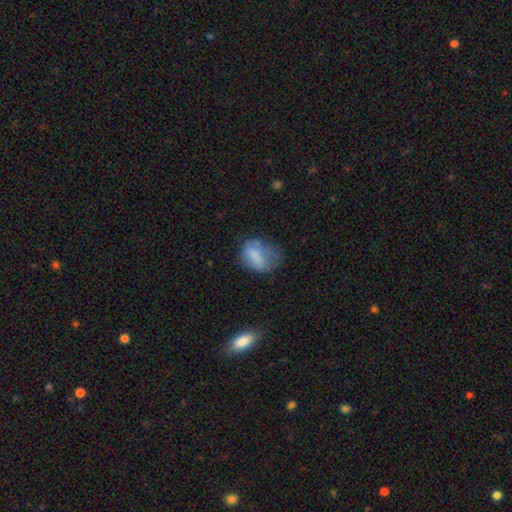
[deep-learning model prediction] Morphology: type=smooth (68%); roundness=in between (69%); merging=minor disturbance (33%, tied with none).